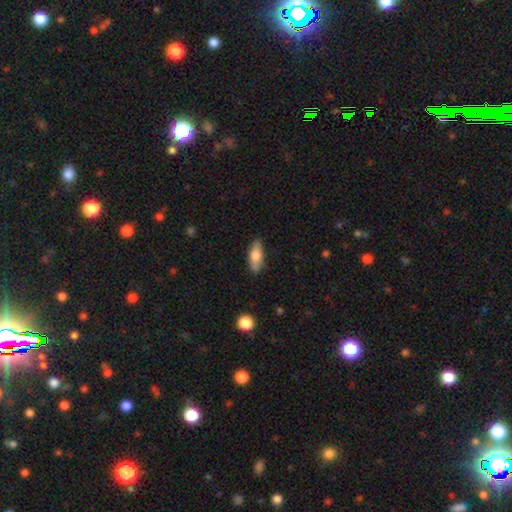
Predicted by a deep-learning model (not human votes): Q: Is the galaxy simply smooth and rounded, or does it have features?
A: smooth — 72%.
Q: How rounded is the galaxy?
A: in between — 73%.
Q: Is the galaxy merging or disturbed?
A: none — 84%.